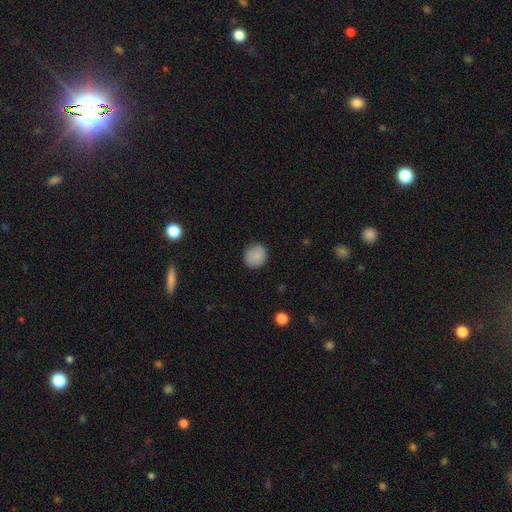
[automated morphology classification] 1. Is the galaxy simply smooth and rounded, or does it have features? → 87% smooth, 8% star or artifact, 4% featured or disk.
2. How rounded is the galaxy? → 86% round, 13% in between, 1% cigar-shaped.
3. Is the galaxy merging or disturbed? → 86% none, 10% minor disturbance, 2% major disturbance, 1% merger.